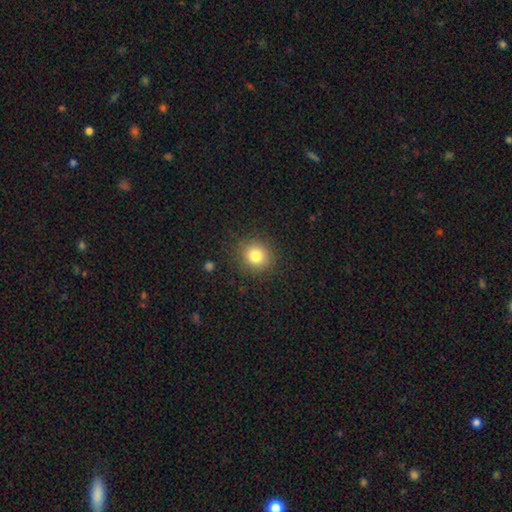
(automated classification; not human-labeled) The model was most divided on "how rounded": round: 84%, in between: 15%, cigar-shaped: 1%. More confident: merging — none (88%); smooth or featured — smooth (81%).